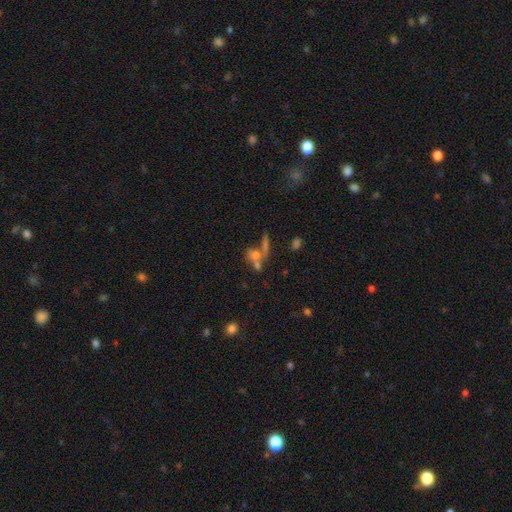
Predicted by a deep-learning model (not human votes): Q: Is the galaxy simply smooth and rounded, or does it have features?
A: smooth — 55%.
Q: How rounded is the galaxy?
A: round — 47%.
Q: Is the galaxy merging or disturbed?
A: merger — 45%.